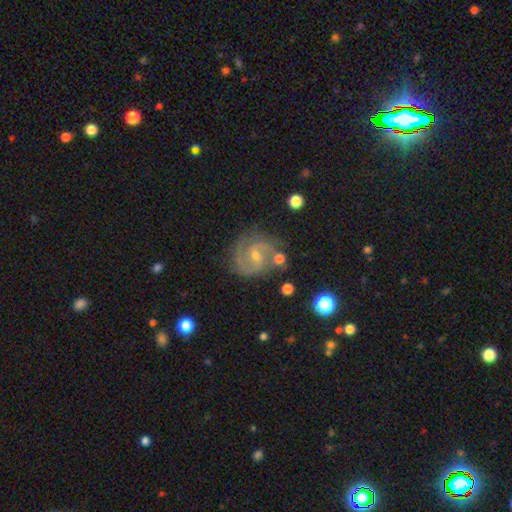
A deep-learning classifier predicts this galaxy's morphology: featured or disk 84%, smooth 8%, star or artifact 7%. Down the decision tree: edge-on disk — no (98%); bar — no (46%); spiral arms — yes (96%); spiral arm count — 2 (71%); spiral winding — medium (49%); bulge size — small (63%); merging — none (70%).